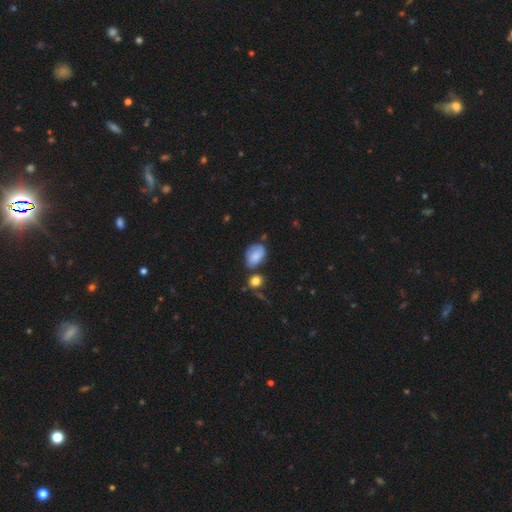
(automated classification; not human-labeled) Overall: smooth (73%). How rounded: in between (82%). Merging: none (50%; minor disturbance 30%).